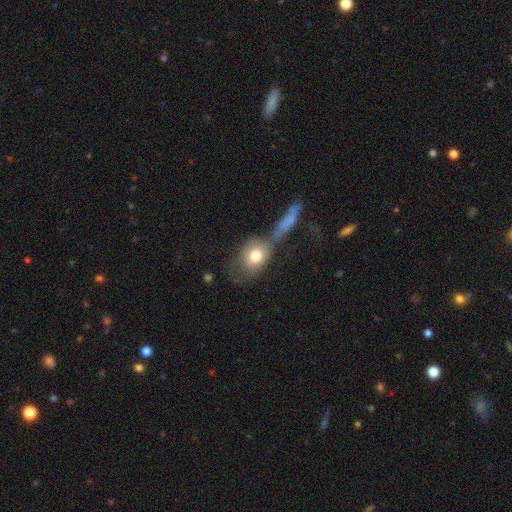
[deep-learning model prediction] A smooth galaxy with no disk features (74%) that is in between round and cigar-shaped (51%). Merging: none (40%).